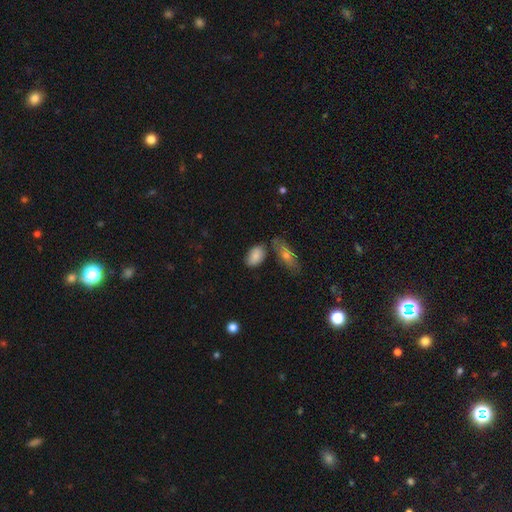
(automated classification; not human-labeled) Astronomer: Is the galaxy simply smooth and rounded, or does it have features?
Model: smooth — 82%.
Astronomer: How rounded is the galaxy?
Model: in between — 90%.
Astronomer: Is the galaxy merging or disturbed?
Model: none — 64%.